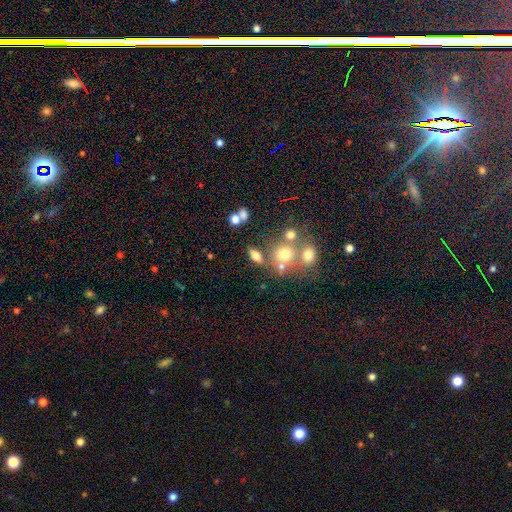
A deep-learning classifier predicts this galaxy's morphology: Smooth or featured: smooth — 68% (featured or disk — 17%)
How rounded: in between — 73% (round — 19%)
Merging: none — 63% (merger — 18%)